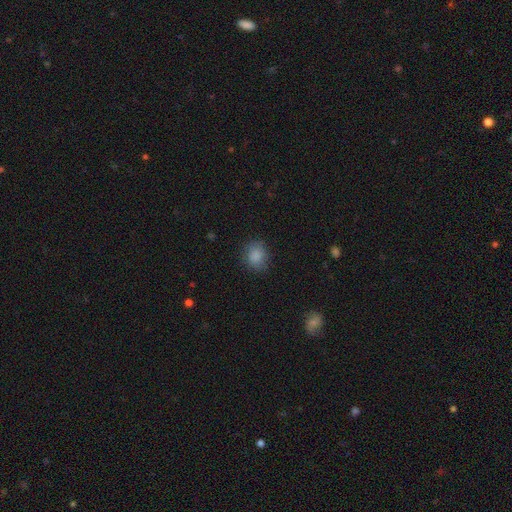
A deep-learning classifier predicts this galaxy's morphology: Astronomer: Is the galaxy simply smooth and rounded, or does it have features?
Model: smooth — 86%.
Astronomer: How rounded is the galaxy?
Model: round — 69%.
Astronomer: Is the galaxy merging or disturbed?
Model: none — 82%.